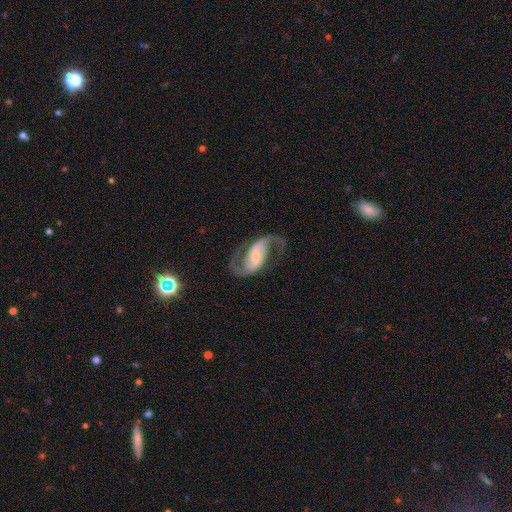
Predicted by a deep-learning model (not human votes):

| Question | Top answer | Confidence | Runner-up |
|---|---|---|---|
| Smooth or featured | featured or disk | 91% | smooth (5%) |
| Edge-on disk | no | 97% | yes (3%) |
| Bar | weak | 41% | strong (36%) |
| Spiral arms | yes | 97% | no (3%) |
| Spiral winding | loose | 52% | medium (40%) |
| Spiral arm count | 2 | 93% | 1 (2%) |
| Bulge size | small | 56% | moderate (31%) |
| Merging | none | 76% | minor disturbance (12%) |